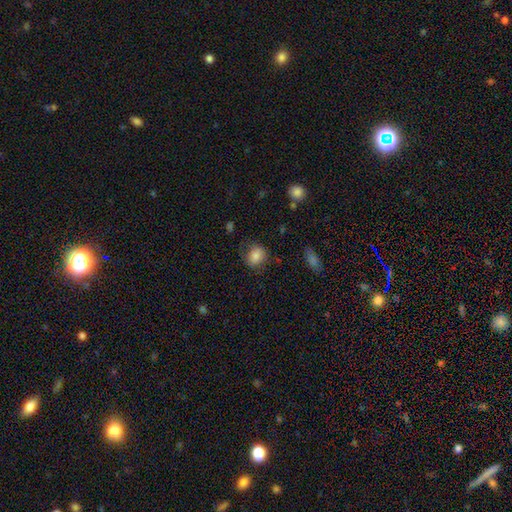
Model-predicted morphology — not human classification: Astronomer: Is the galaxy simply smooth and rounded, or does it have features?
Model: smooth — 82%.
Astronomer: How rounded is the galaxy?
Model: round — 64%.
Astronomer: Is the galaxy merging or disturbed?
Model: none — 73%.